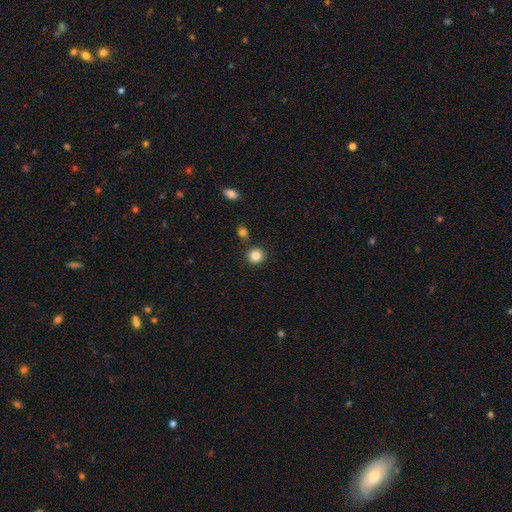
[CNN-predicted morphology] type=smooth (85%); roundness=round (91%); merging=none (87%).